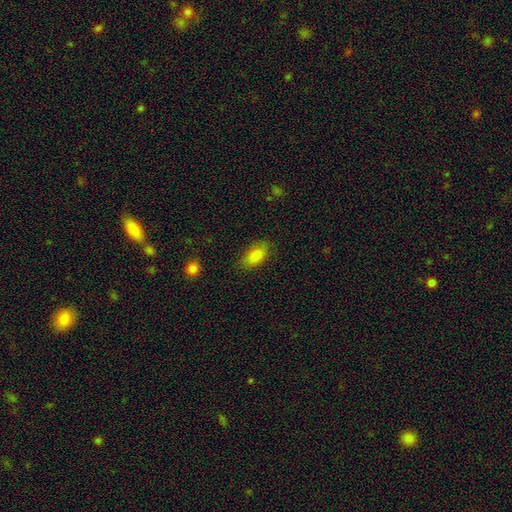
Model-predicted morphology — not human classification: Smooth or featured? smooth (87%)
How rounded? in between (91%)
Merging? none (80%)